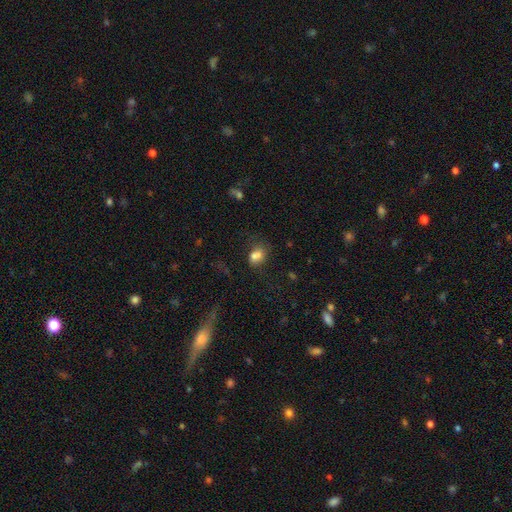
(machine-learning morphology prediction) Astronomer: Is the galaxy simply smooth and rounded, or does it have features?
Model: smooth — 76%.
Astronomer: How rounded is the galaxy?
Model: in between — 66%.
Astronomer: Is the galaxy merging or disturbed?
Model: none — 43% (runner-up: merger, 24%).